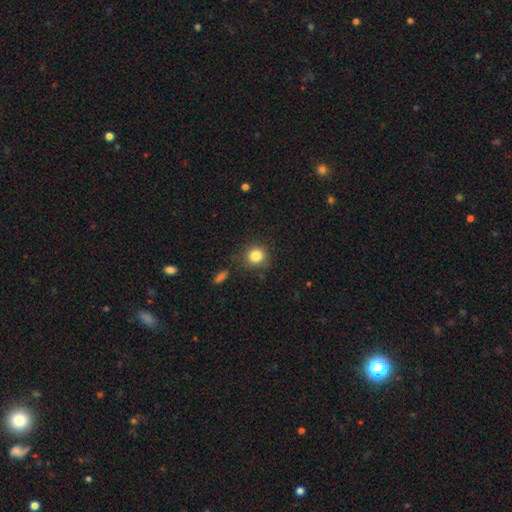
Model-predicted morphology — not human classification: Smooth or featured? smooth (84%)
How rounded? round (83%)
Merging? none (77%)